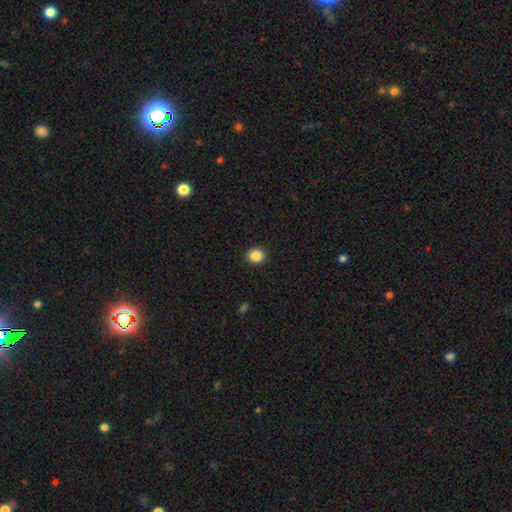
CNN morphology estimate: Smooth or featured? smooth (87%)
How rounded? round (87%)
Merging? none (92%)